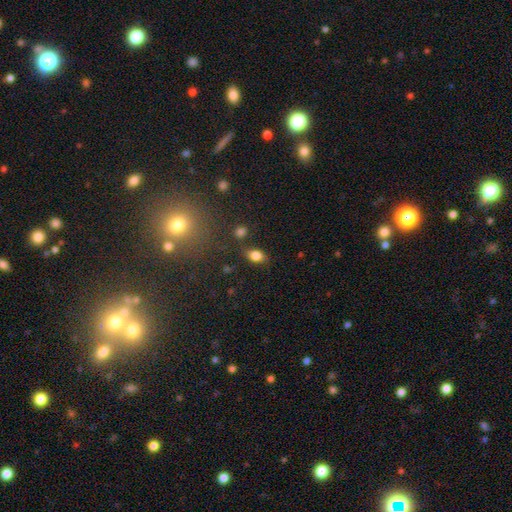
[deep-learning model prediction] Overall: smooth (81%). How rounded: in between (80%). Merging: none (74%).